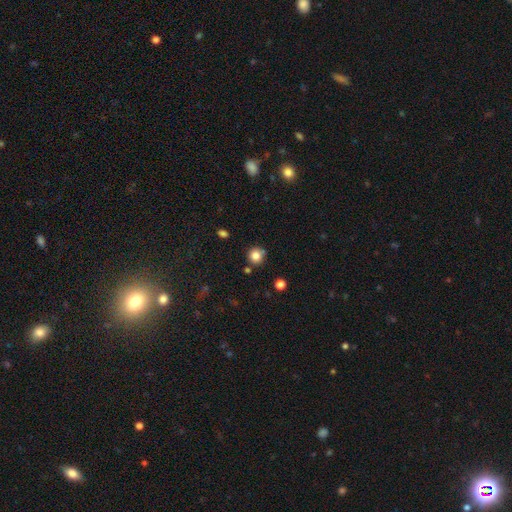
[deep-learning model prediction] Smooth or featured: smooth — 83% (star or artifact — 12%)
How rounded: round — 92% (in between — 7%)
Merging: none — 78% (minor disturbance — 12%)